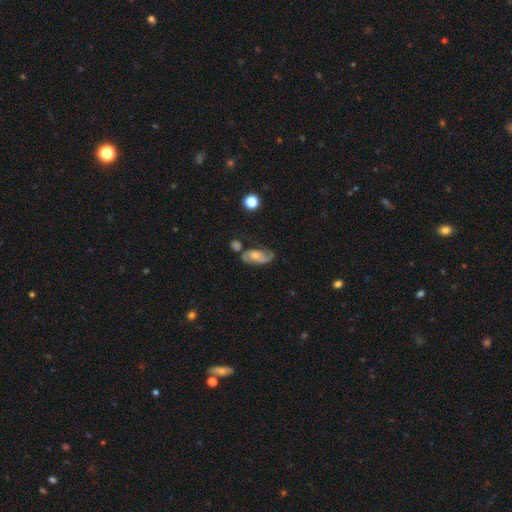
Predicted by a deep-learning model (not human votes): Smooth or featured?
  - featured or disk: 70% *
  - smooth: 23%
  - star or artifact: 7%
Edge-on disk?
  - no: 94% *
  - yes: 6%
Bar?
  - no: 63% *
  - weak: 31%
  - strong: 6%
Spiral arms?
  - yes: 90% *
  - no: 10%
Spiral winding?
  - medium: 45% *
  - loose: 28%
  - tight: 27%
Spiral arm count?
  - 2: 77% *
  - 1: 10%
  - can't tell: 9%
  - 3: 2%
  - 4: 1%
  - more than 4: 1%
Bulge size?
  - moderate: 52% *
  - small: 35%
  - large: 6%
  - none: 5%
  - dominant: 1%
Merging?
  - none: 54% *
  - minor disturbance: 22%
  - major disturbance: 13%
  - merger: 11%